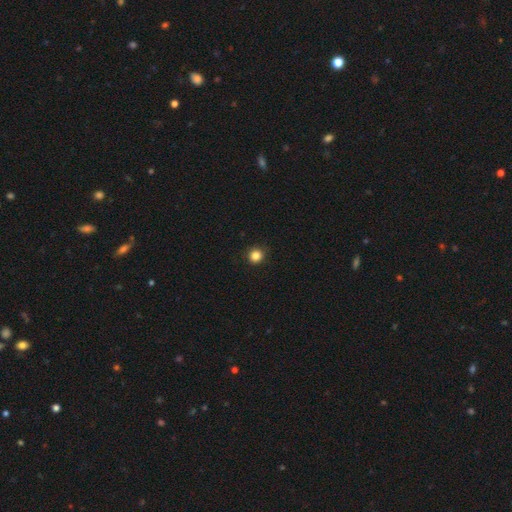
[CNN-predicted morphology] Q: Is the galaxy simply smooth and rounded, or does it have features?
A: smooth — 84%.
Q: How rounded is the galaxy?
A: round — 92%.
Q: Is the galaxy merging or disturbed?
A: none — 92%.